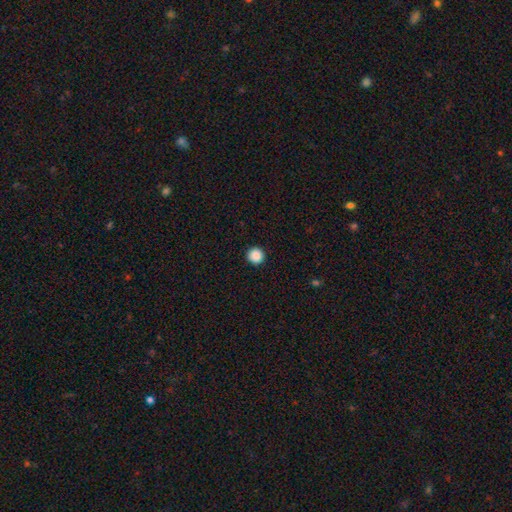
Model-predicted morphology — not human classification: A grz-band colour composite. It shows a smooth galaxy with no disk features (88%) that is round (95%). Merging: none (93%).